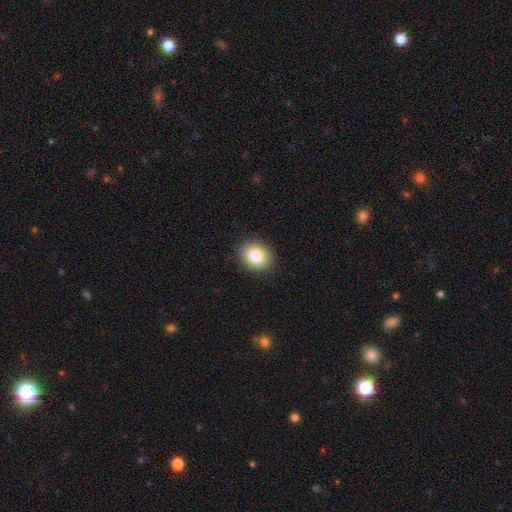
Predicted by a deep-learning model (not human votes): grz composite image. It shows a smooth galaxy with no disk features (85%) that is round (58%). Merging: none (90%).